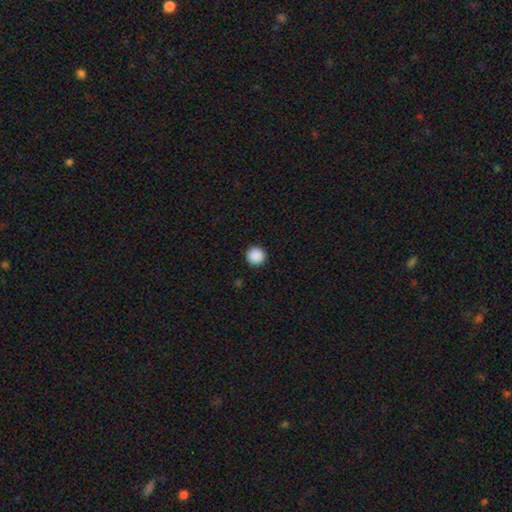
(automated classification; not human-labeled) Smooth or featured?
  - smooth: 89% *
  - star or artifact: 9%
  - featured or disk: 2%
How rounded?
  - round: 95% *
  - in between: 4%
  - cigar-shaped: 1%
Merging?
  - none: 93% *
  - minor disturbance: 5%
  - major disturbance: 2%
  - merger: 1%